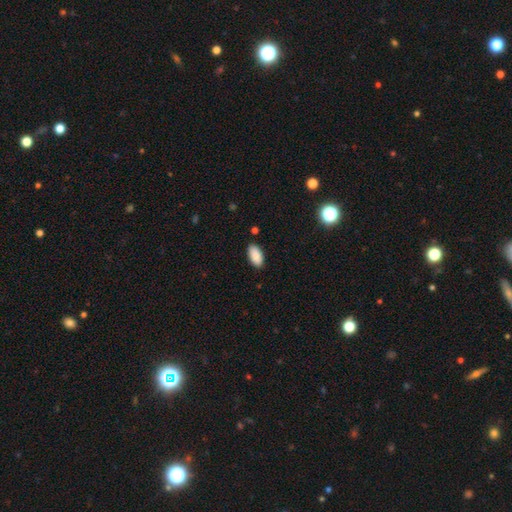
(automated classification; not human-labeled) This appears to be a smooth galaxy with no disk features (89%) that is in between round and cigar-shaped (94%). Merging: none (88%).